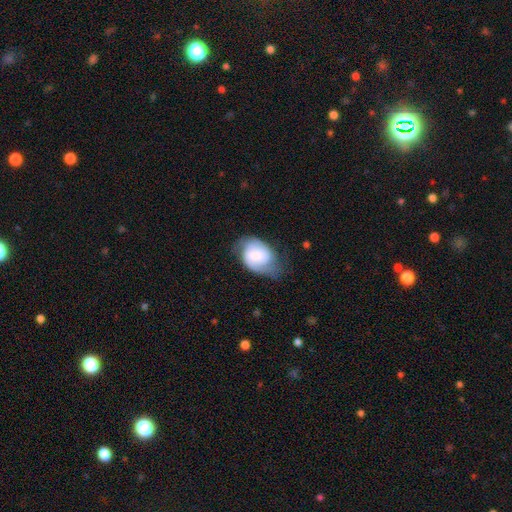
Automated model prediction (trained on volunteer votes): Morphology: type=featured or disk (51%); edge-on=no (97%); merging=none (48%).